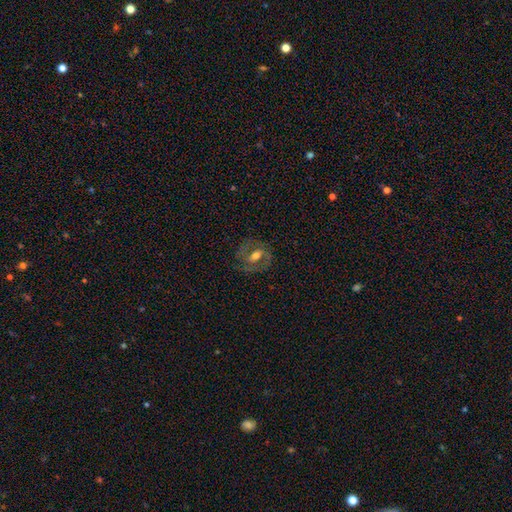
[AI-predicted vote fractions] featured or disk 66%, smooth 25%, star or artifact 8%. Down the decision tree: edge-on disk — no (94%); bar — weak (43%); spiral arms — yes (76%); bulge size — moderate (69%); merging — none (75%).